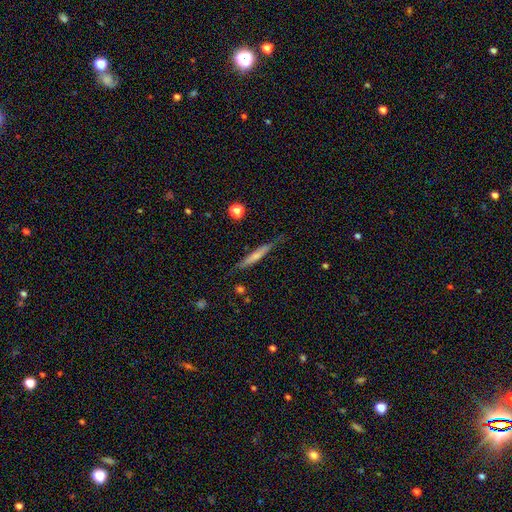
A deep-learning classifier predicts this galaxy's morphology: A smooth galaxy with no disk features (52%) that is cigar-shaped (93%).

Vote fractions:
- Smooth or featured? smooth: 52% / featured or disk: 41% / star or artifact: 7%
- How rounded? cigar-shaped: 93% / in between: 6% / round: 2%
- Merging? none: 74% / minor disturbance: 19% / major disturbance: 4% / merger: 2%